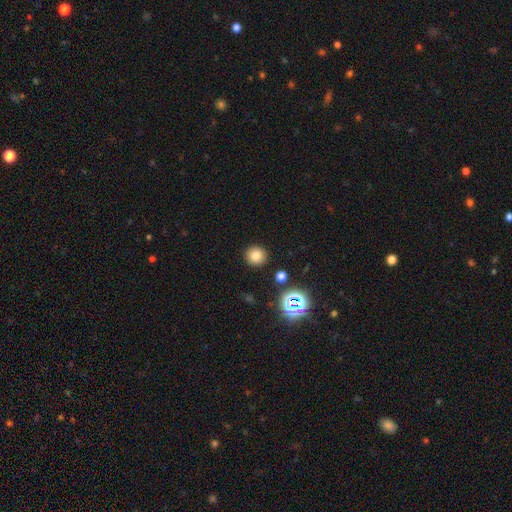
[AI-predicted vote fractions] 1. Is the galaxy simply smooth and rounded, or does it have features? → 77% smooth, 16% star or artifact, 7% featured or disk.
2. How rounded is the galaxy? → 92% round, 7% in between, 1% cigar-shaped.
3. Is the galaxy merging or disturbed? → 90% none, 5% minor disturbance, 2% major disturbance, 2% merger.